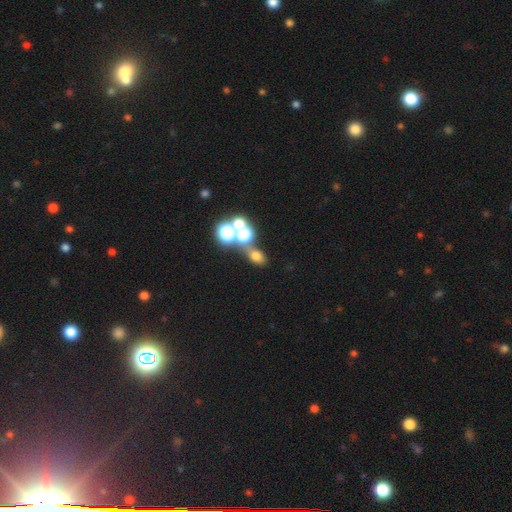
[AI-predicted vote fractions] Smooth or featured?
  - smooth: 59% *
  - star or artifact: 27%
  - featured or disk: 14%
How rounded?
  - round: 50% *
  - in between: 47%
  - cigar-shaped: 3%
Merging?
  - none: 45% *
  - merger: 36%
  - minor disturbance: 10%
  - major disturbance: 8%